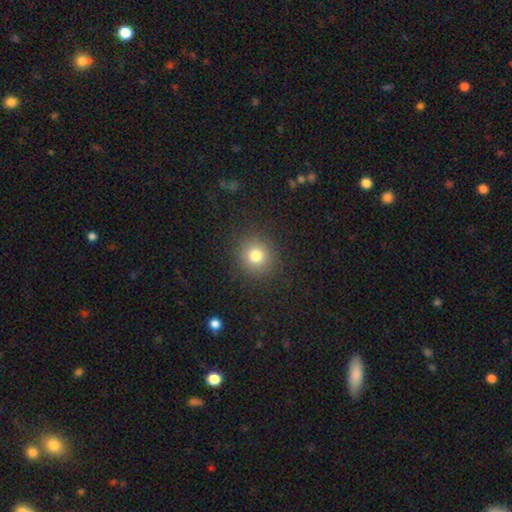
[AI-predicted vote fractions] Smooth or featured?
  - smooth: 78% *
  - star or artifact: 14%
  - featured or disk: 8%
How rounded?
  - round: 87% *
  - in between: 12%
  - cigar-shaped: 1%
Merging?
  - none: 89% *
  - minor disturbance: 7%
  - major disturbance: 3%
  - merger: 1%